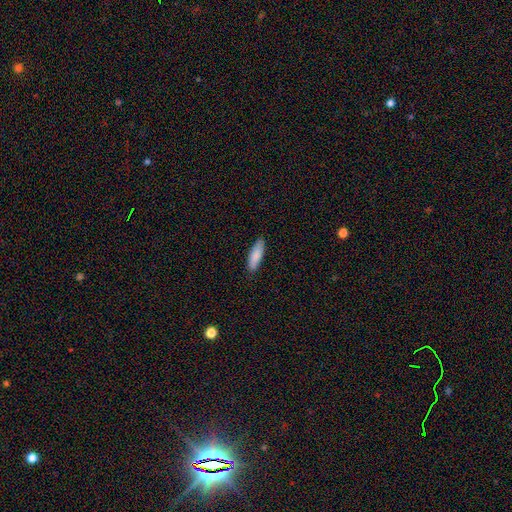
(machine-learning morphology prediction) Smooth or featured? smooth (86%)
How rounded? cigar-shaped (52%)
Merging? none (86%)